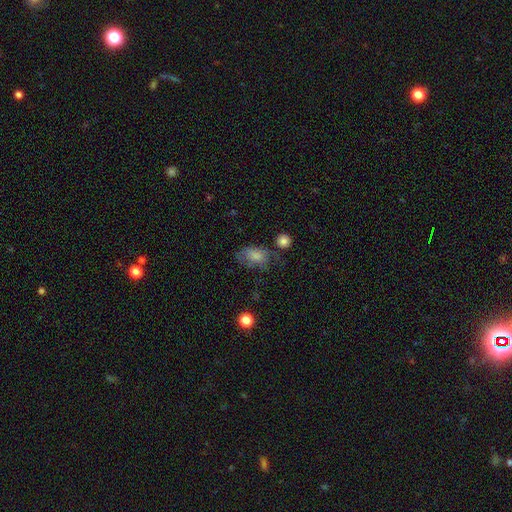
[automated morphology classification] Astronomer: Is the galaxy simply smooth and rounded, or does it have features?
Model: smooth — 75%.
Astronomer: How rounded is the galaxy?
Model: in between — 84%.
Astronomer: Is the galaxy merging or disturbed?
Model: none — 42% (runner-up: minor disturbance, 29%).